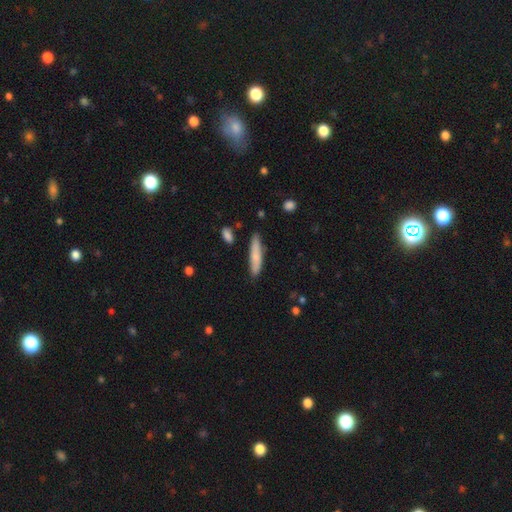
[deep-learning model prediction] Smooth or featured: smooth — 77% (featured or disk — 17%)
How rounded: cigar-shaped — 85% (in between — 13%)
Merging: none — 83% (minor disturbance — 12%)